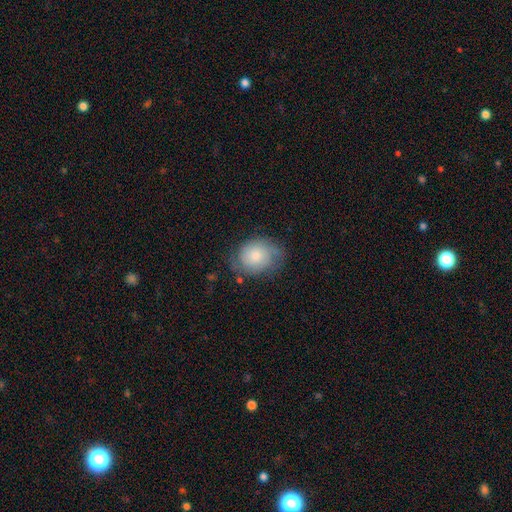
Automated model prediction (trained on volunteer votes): Q: Smooth or featured?
A: smooth (69%); runner-up: featured or disk (24%)
Q: How rounded?
A: in between (53%); runner-up: round (46%)
Q: Merging?
A: none (60%); runner-up: minor disturbance (29%)